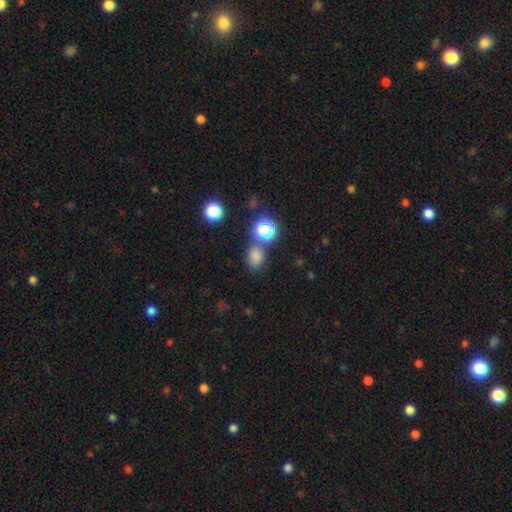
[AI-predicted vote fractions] Overall: smooth (75%). How rounded: in between (57%; round 41%). Merging: none (70%).